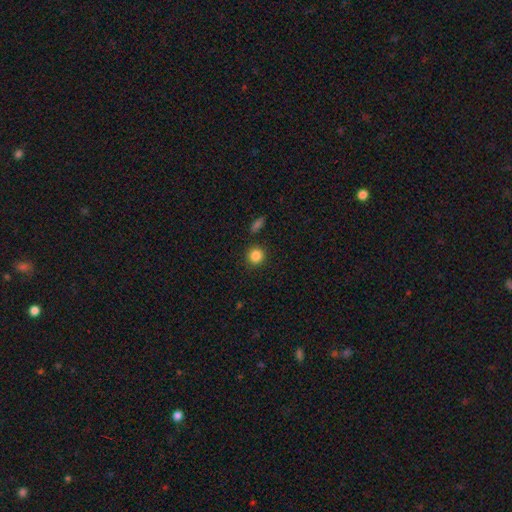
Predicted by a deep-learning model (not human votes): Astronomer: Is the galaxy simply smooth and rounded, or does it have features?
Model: smooth — 86%.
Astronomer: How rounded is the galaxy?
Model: round — 90%.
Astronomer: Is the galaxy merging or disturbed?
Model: none — 88%.